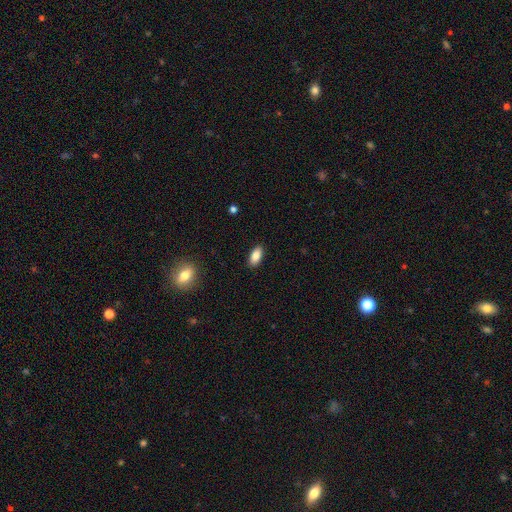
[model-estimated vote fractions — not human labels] Smooth or featured? smooth (86%)
How rounded? in between (90%)
Merging? none (89%)